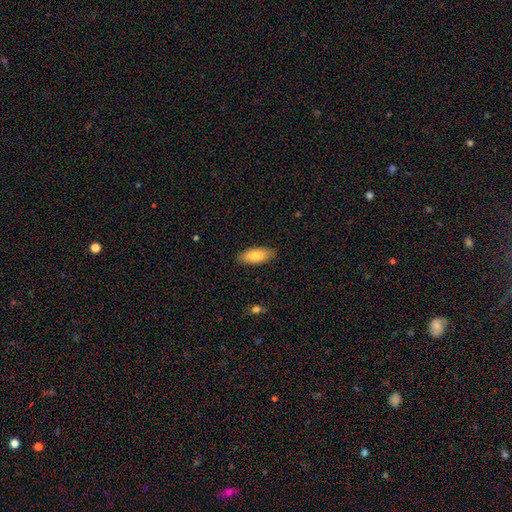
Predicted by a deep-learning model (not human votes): Smooth or featured?
  - smooth: 81% *
  - featured or disk: 13%
  - star or artifact: 6%
How rounded?
  - in between: 85% *
  - cigar-shaped: 13%
  - round: 2%
Merging?
  - none: 85% *
  - minor disturbance: 12%
  - major disturbance: 2%
  - merger: 1%